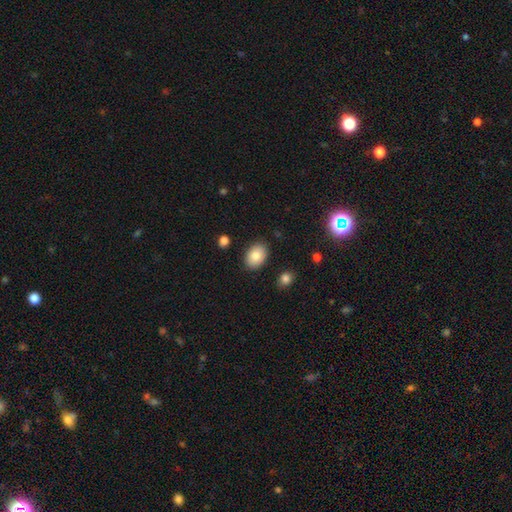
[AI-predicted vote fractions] The model was most divided on "how rounded": in between: 82%, round: 17%, cigar-shaped: 1%. More confident: merging — none (87%); smooth or featured — smooth (83%).